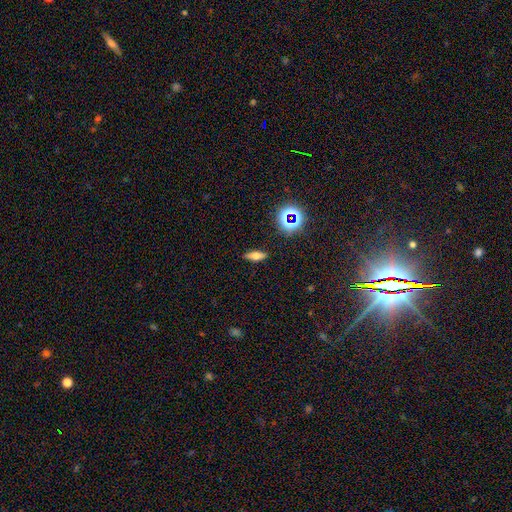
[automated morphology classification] Smooth or featured: smooth — 50% (featured or disk — 34%)
How rounded: in between — 51% (cigar-shaped — 42%)
Merging: none — 88% (minor disturbance — 8%)